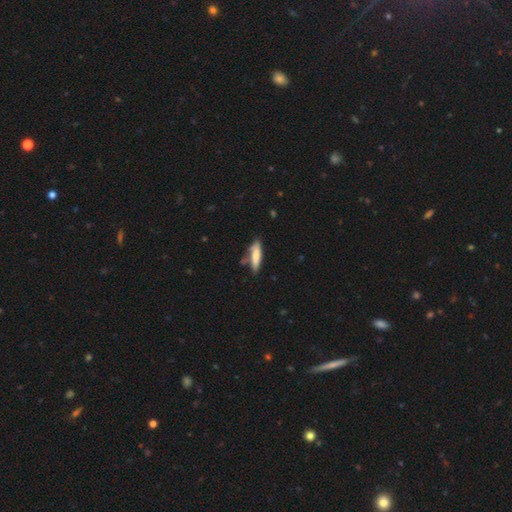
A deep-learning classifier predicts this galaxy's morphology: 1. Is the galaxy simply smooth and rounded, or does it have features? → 75% smooth, 19% featured or disk, 6% star or artifact.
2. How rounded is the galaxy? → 71% cigar-shaped, 27% in between, 1% round.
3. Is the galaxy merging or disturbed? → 65% none, 22% minor disturbance, 9% merger, 5% major disturbance.